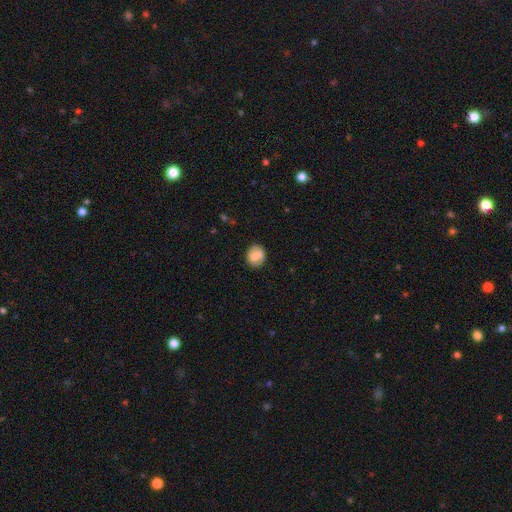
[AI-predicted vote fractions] A smooth galaxy with no disk features (65%) that is round (63%). Merging: none (83%).